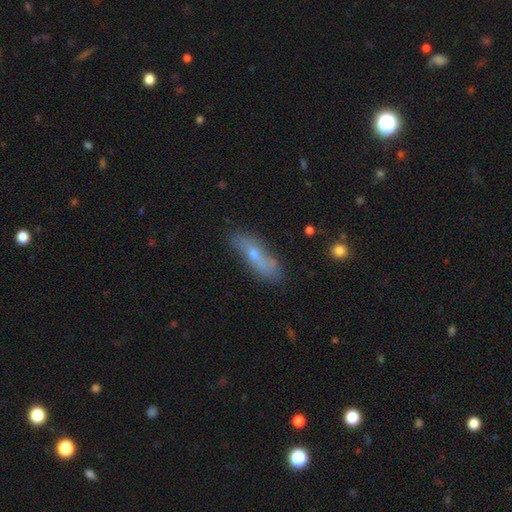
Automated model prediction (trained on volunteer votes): Morphology: type=smooth (50%); merging=none (67%).